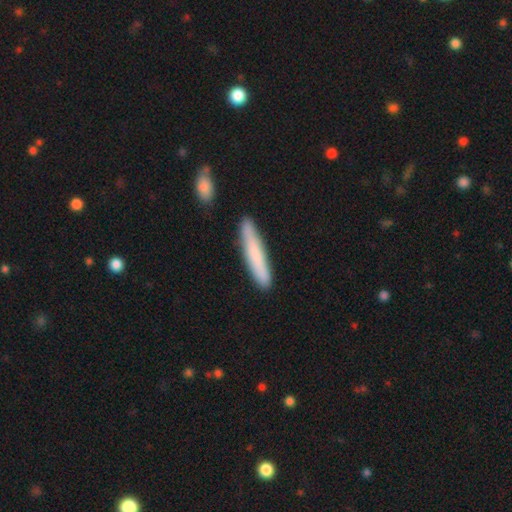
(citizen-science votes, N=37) This is clearly a smooth galaxy (81%). How rounded: clearly cigar-shaped (100%). Merging: clearly none (86%).